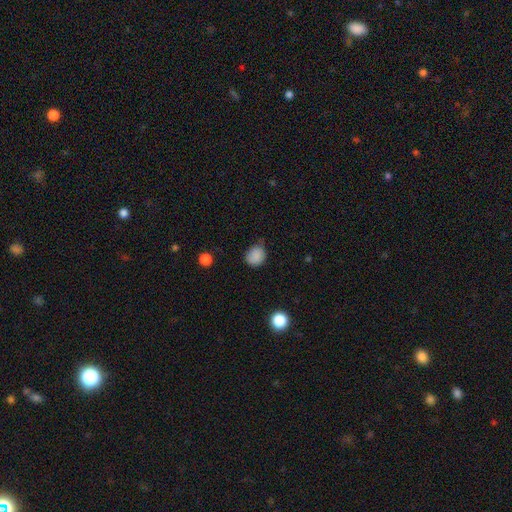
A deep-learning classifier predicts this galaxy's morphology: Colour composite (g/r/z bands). It shows a smooth galaxy with no disk features (86%) that is round (67%). Merging: none (63%).